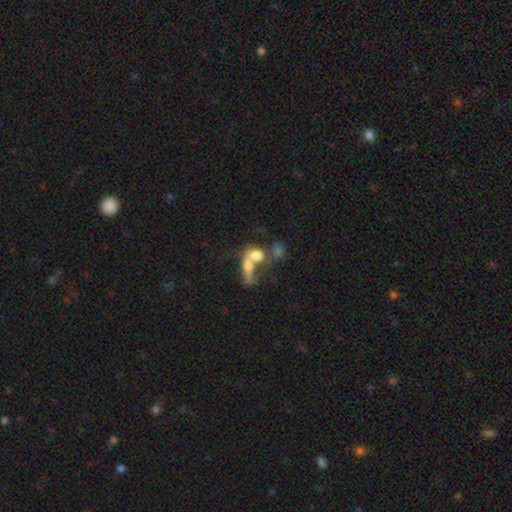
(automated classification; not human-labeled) Morphology: type=smooth (58%); roundness=in between (66%); merging=merger (67%).